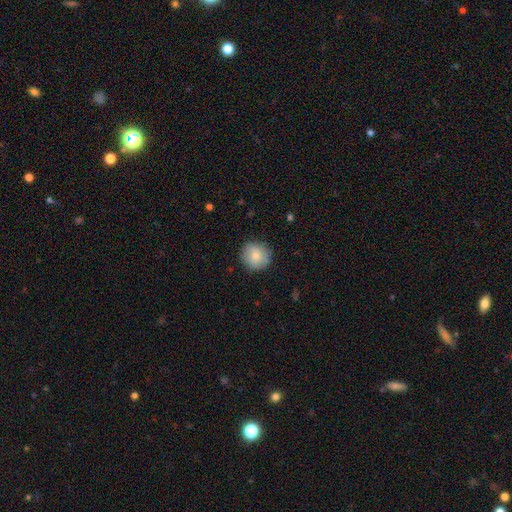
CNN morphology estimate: A smooth galaxy with no disk features (81%) that is round (92%). Merging: none (86%).